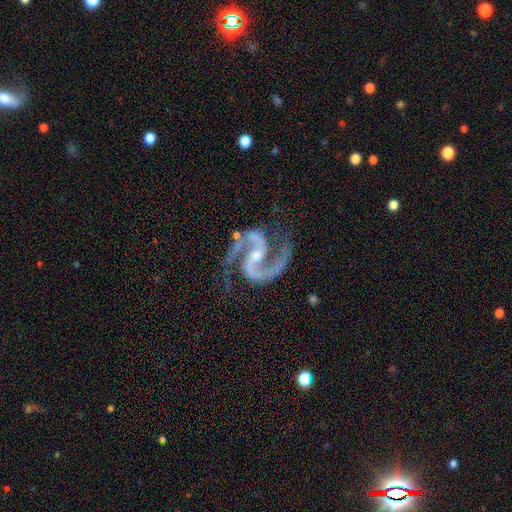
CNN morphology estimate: Smooth or featured? Predicted: featured or disk (p=0.94). Edge-on disk? Predicted: no (p=0.98). Bar? Predicted: weak (p=0.41). Spiral arms? Predicted: yes (p=0.99). Spiral winding? Predicted: medium (p=0.69). Spiral arm count? Predicted: 2 (p=0.94). Bulge size? Predicted: small (p=0.56). Merging? Predicted: none (p=0.70).